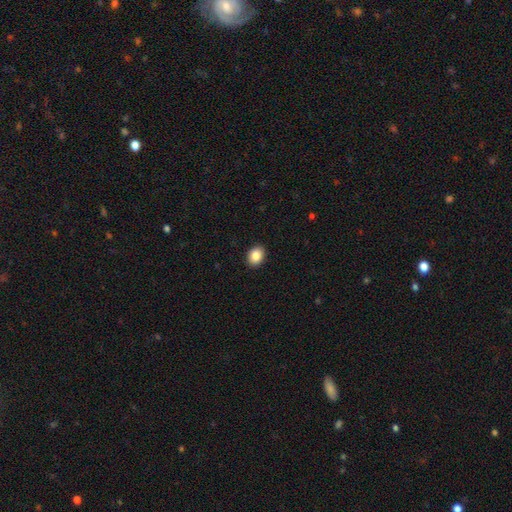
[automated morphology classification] A smooth galaxy with no disk features (87%) that is in between round and cigar-shaped (60%). Merging: none (91%).